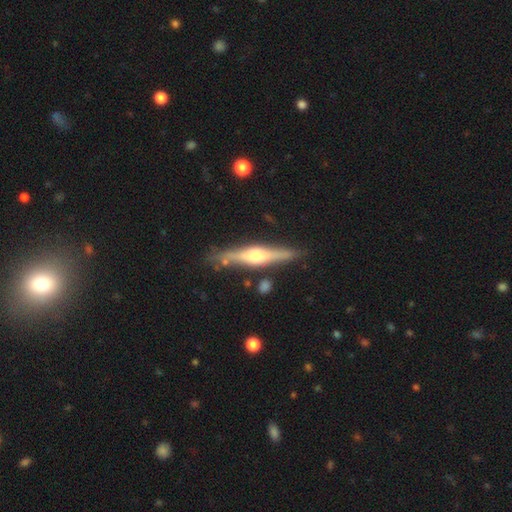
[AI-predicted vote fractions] featured or disk 75%, smooth 20%, star or artifact 6%. Down the decision tree: edge-on disk — yes (97%); edge-on bulge — rounded (83%); merging — none (83%).